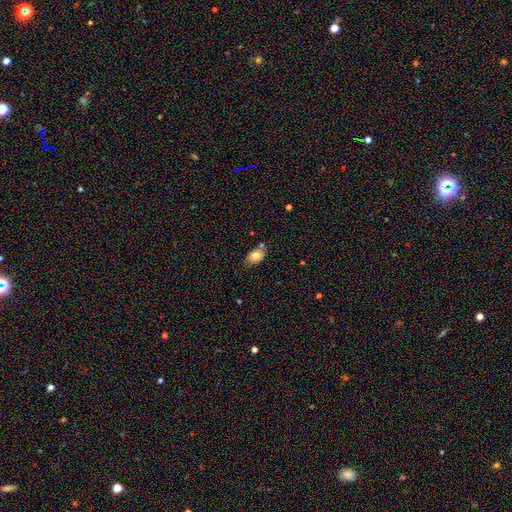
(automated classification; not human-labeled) A smooth galaxy with no disk features (80%) that is in between round and cigar-shaped (86%).

Vote fractions:
- Smooth or featured? smooth: 80% / featured or disk: 11% / star or artifact: 8%
- How rounded? in between: 86% / round: 12% / cigar-shaped: 2%
- Merging? none: 69% / minor disturbance: 21% / merger: 7% / major disturbance: 4%